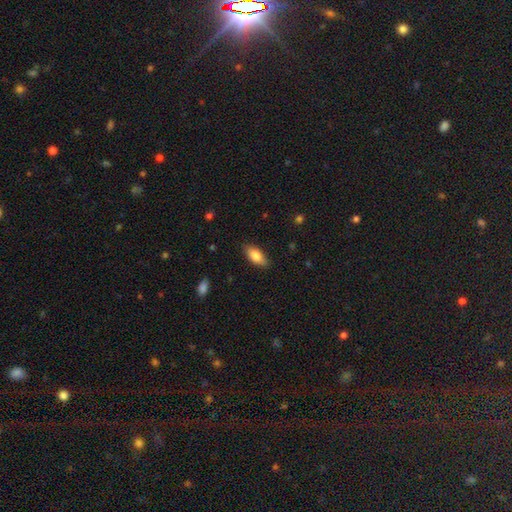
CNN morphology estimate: A smooth galaxy with no disk features (80%) that is in between round and cigar-shaped (85%).

Vote fractions:
- Smooth or featured? smooth: 80% / featured or disk: 14% / star or artifact: 7%
- How rounded? in between: 85% / cigar-shaped: 12% / round: 3%
- Merging? none: 85% / minor disturbance: 11% / major disturbance: 2% / merger: 1%